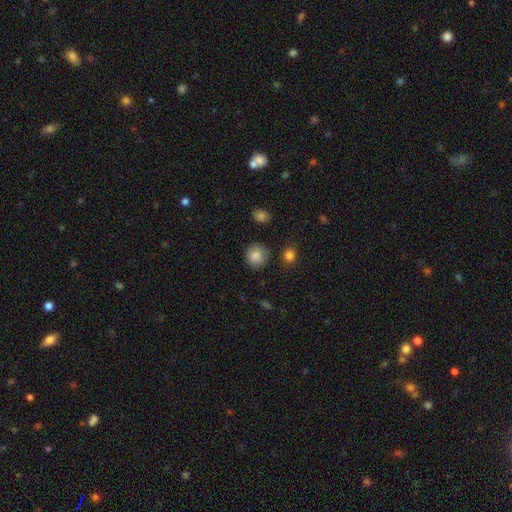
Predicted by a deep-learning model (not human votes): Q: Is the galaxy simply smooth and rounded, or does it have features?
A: smooth — 83%.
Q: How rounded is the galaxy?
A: round — 89%.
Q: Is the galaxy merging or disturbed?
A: none — 84%.